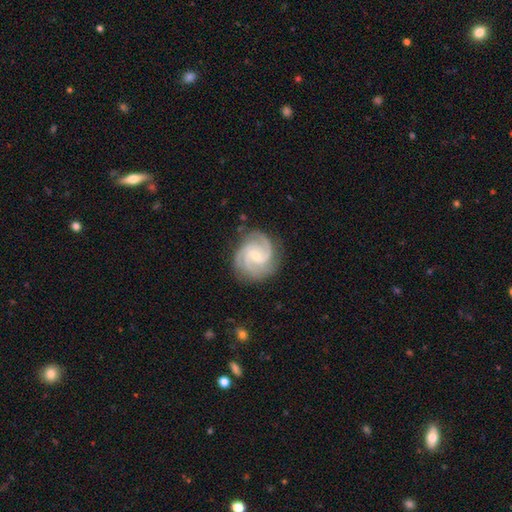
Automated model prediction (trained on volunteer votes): Overall: featured or disk (91%). Edge-on disk: no (98%). Bar: weak (56%; no 29%). Spiral arms: yes (98%). Spiral arm count: 3 (53%; 2 20%). Spiral winding: tight (50%; medium 44%). Bulge size: small (64%; moderate 33%). Merging: none (81%).